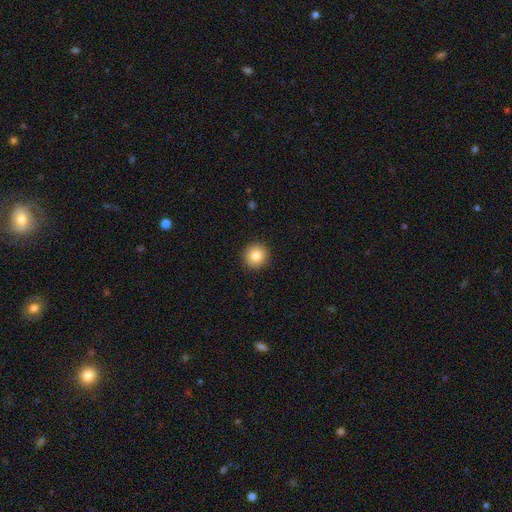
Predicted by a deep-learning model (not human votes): Smooth or featured?
  - smooth: 84% *
  - star or artifact: 10%
  - featured or disk: 7%
How rounded?
  - round: 94% *
  - in between: 5%
  - cigar-shaped: 1%
Merging?
  - none: 93% *
  - minor disturbance: 5%
  - major disturbance: 2%
  - merger: 1%